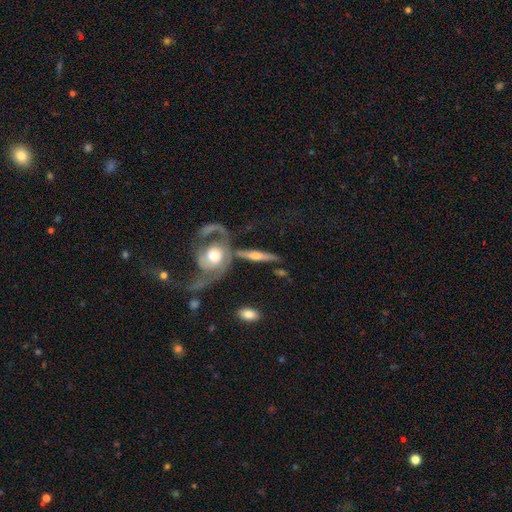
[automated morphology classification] Smooth or featured: featured or disk — 68% (smooth — 26%)
Edge-on disk: yes — 77% (no — 23%)
Edge-on bulge: rounded — 88% (none — 6%)
Merging: none — 50% (merger — 25%)